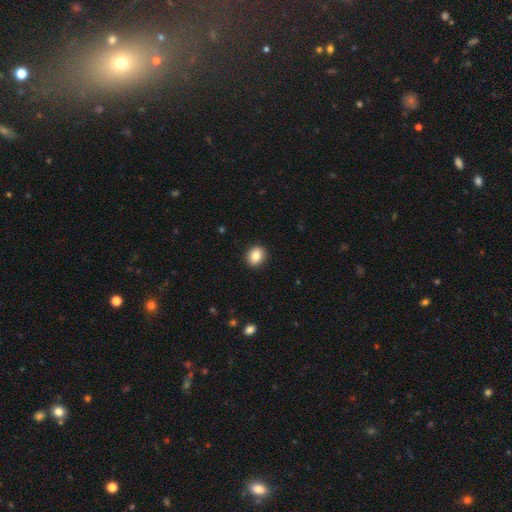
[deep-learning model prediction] Smooth or featured? Predicted: smooth (p=0.85). How rounded? Predicted: round (p=0.66). Merging? Predicted: none (p=0.92).